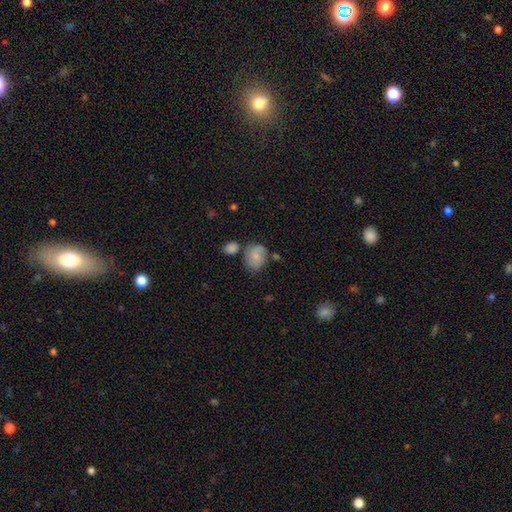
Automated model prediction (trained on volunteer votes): Overall: smooth (70%). How rounded: in between (56%; round 42%). Merging: none (57%; minor disturbance 23%).